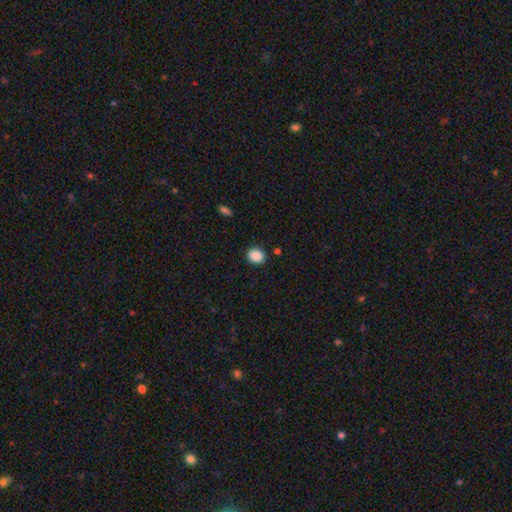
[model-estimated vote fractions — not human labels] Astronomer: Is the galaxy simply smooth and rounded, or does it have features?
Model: smooth — 89%.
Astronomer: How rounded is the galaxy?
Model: round — 61% (runner-up: in between, 38%).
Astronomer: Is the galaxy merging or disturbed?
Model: none — 88%.